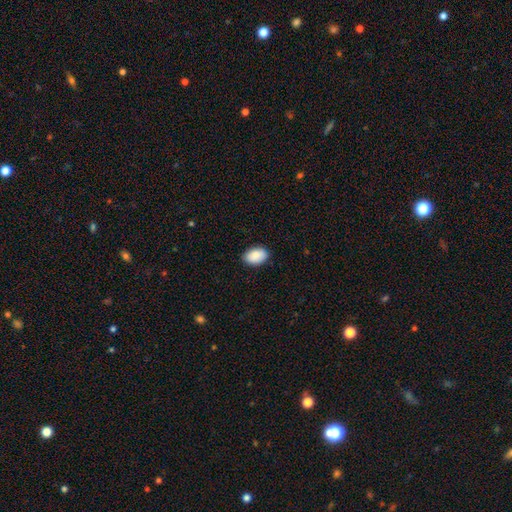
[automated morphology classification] Smooth or featured?
  - smooth: 90% *
  - star or artifact: 6%
  - featured or disk: 4%
How rounded?
  - in between: 90% *
  - round: 9%
  - cigar-shaped: 1%
Merging?
  - none: 87% *
  - minor disturbance: 10%
  - major disturbance: 2%
  - merger: 1%